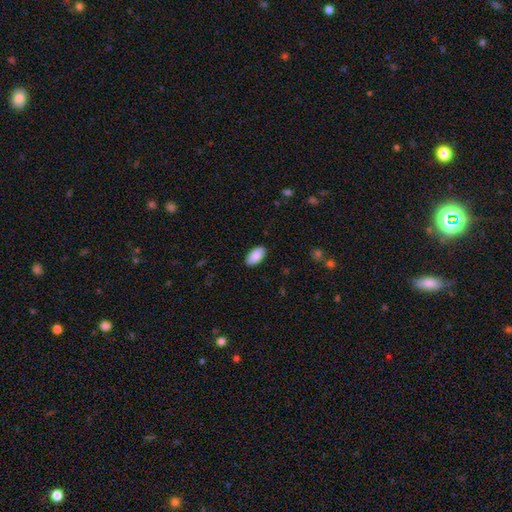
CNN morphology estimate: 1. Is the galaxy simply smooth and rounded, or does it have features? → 89% smooth, 6% star or artifact, 4% featured or disk.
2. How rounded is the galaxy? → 95% in between, 3% cigar-shaped, 2% round.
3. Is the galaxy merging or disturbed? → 88% none, 9% minor disturbance, 2% major disturbance, 1% merger.